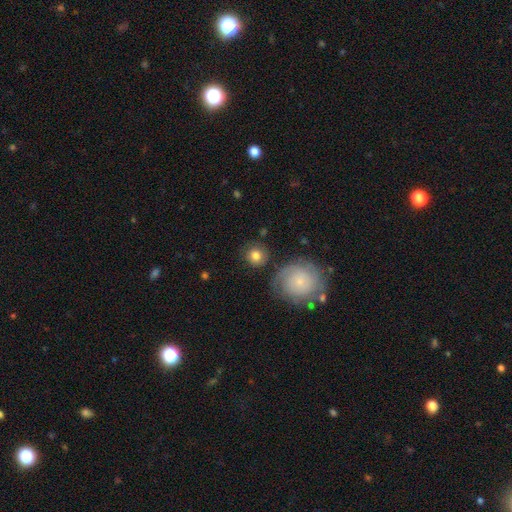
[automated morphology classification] Overall: smooth (75%). How rounded: round (92%). Merging: none (80%).